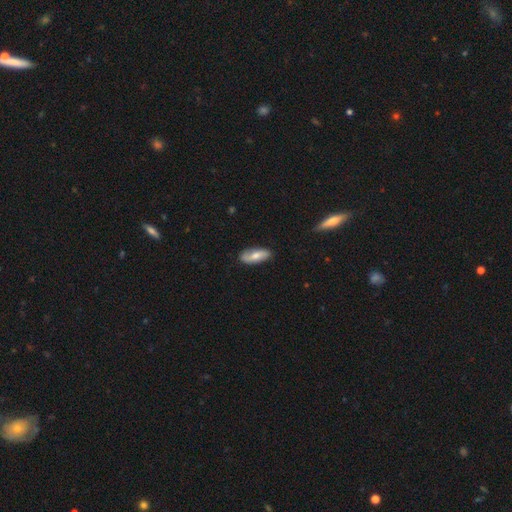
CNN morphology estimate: This appears to be a smooth galaxy with no disk features (56%) that is in between round and cigar-shaped (74%). Merging: none (81%).